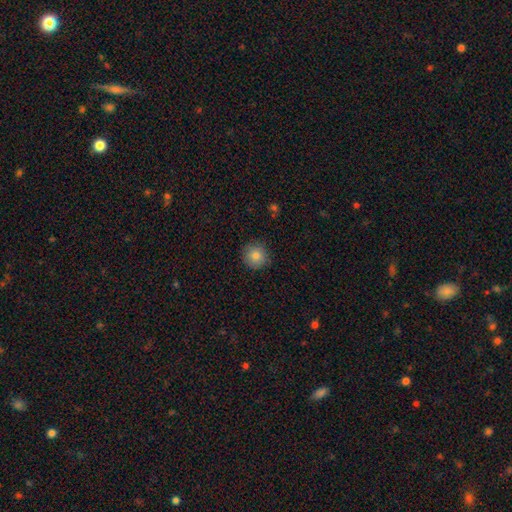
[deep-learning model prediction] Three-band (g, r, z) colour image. It shows a smooth galaxy with no disk features (82%) that is round (95%). Merging: none (88%).